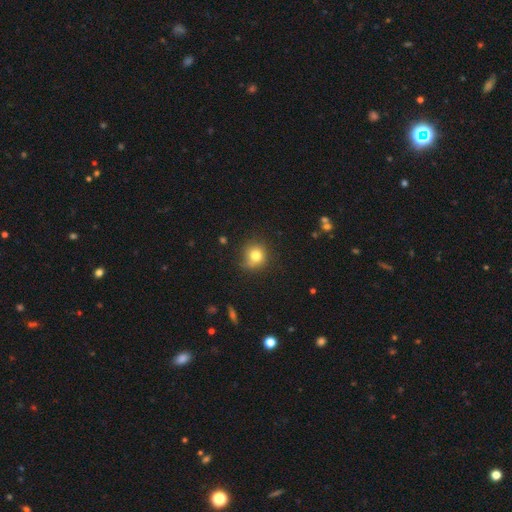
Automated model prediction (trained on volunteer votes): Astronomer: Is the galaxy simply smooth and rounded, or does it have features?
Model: smooth — 79%.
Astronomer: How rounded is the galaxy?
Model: round — 86%.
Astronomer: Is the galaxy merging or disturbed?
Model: none — 73%.